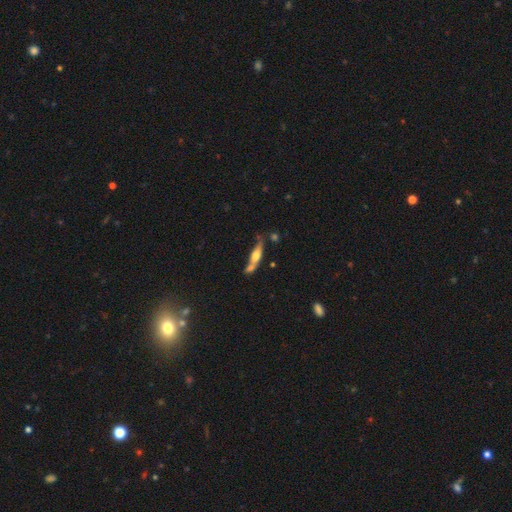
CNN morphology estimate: A featured or disk galaxy (56%) viewed edge-on (88%).

Vote fractions:
- Smooth or featured? featured or disk: 56% / smooth: 37% / star or artifact: 7%
- Edge-on disk? yes: 88% / no: 12%
- Merging? none: 51% / merger: 26% / minor disturbance: 17% / major disturbance: 6%